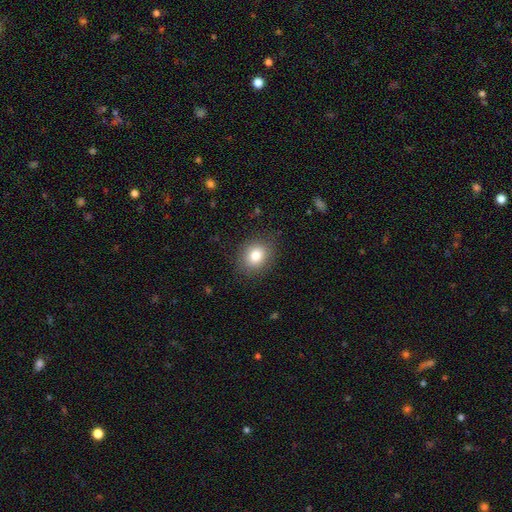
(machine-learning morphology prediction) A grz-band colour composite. It shows a smooth galaxy with no disk features (81%) that is round (61%). Merging: none (86%).